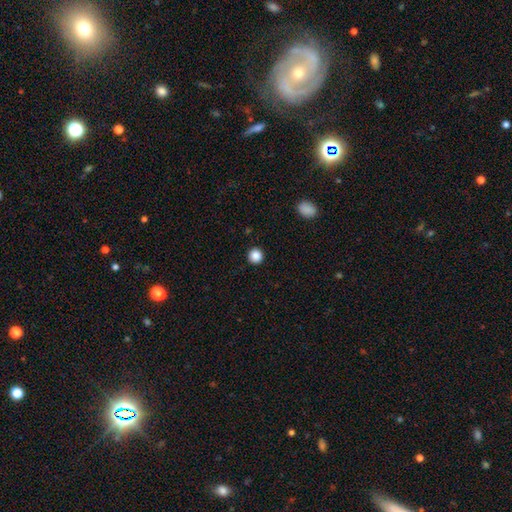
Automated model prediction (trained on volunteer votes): smooth_or_featured: smooth (p=0.87) [alt: star or artifact p=0.10]
how_rounded: round (p=0.96) [alt: in between p=0.03]
merging: none (p=0.93) [alt: minor disturbance p=0.04]